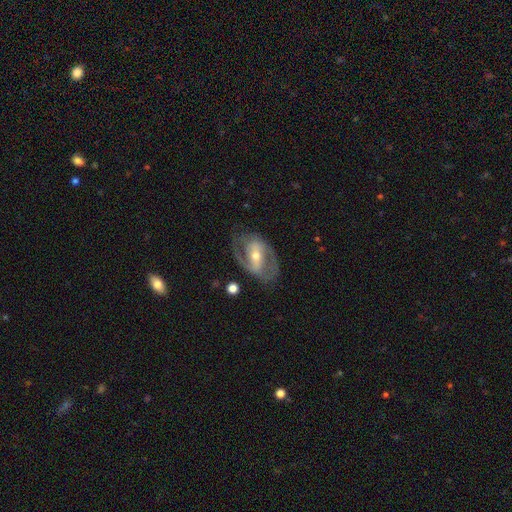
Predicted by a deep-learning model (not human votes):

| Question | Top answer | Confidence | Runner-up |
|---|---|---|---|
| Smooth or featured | featured or disk | 85% | smooth (10%) |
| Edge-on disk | no | 95% | yes (5%) |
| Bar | strong | 54% | weak (31%) |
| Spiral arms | yes | 87% | no (13%) |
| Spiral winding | medium | 52% | tight (28%) |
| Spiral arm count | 2 | 87% | can't tell (7%) |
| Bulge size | moderate | 55% | small (40%) |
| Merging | none | 74% | minor disturbance (15%) |